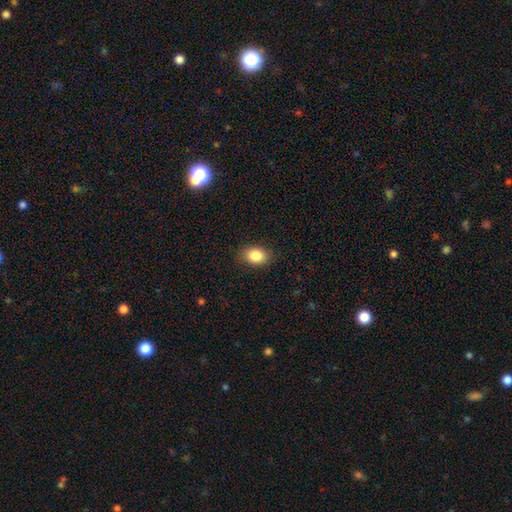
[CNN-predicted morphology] Smooth or featured? smooth (86%)
How rounded? in between (77%)
Merging? none (87%)